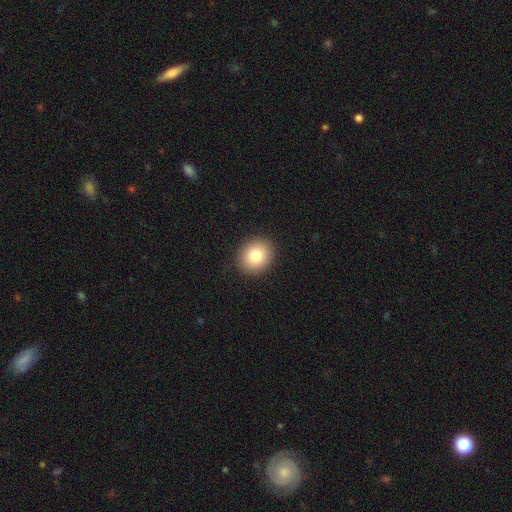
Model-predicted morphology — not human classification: Overall: smooth (83%). How rounded: round (70%). Merging: none (91%).